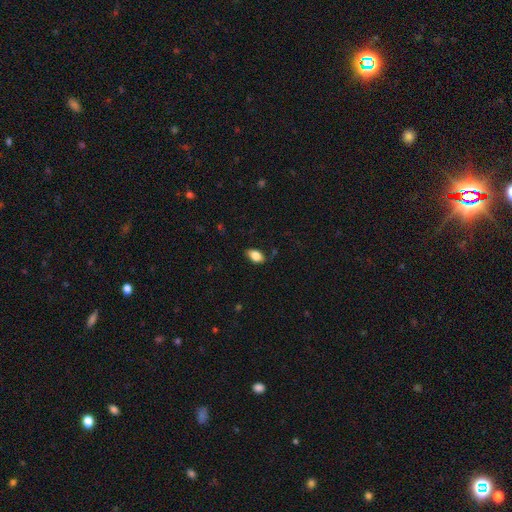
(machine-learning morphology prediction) This appears to be a smooth galaxy with no disk features (84%) that is in between round and cigar-shaped (89%). Merging: none (79%).